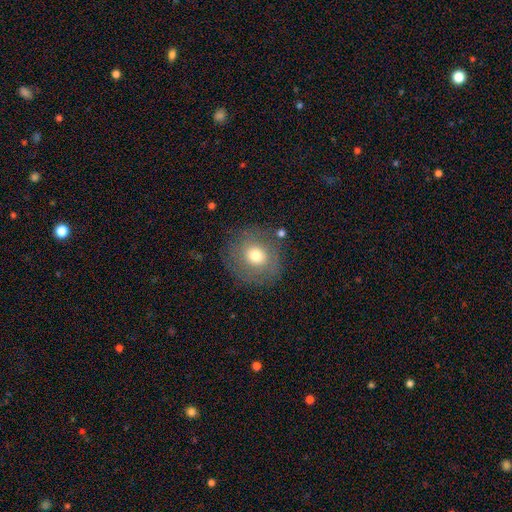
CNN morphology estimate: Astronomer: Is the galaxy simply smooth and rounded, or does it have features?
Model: smooth — 68%.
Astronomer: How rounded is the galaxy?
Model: round — 88%.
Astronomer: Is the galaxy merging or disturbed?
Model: none — 80%.